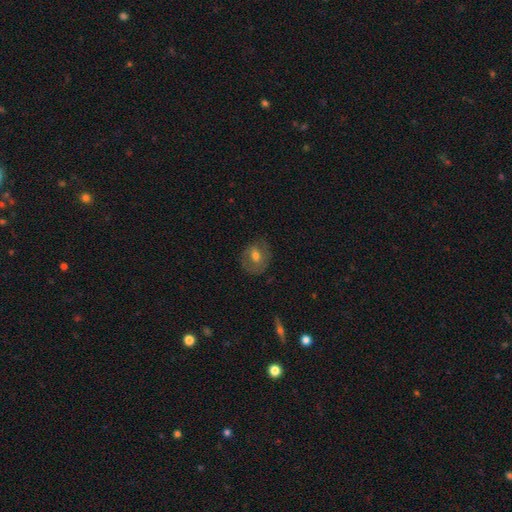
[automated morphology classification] This is possibly a smooth galaxy (50%). How rounded: possibly round (56%). Merging: likely none (71%).